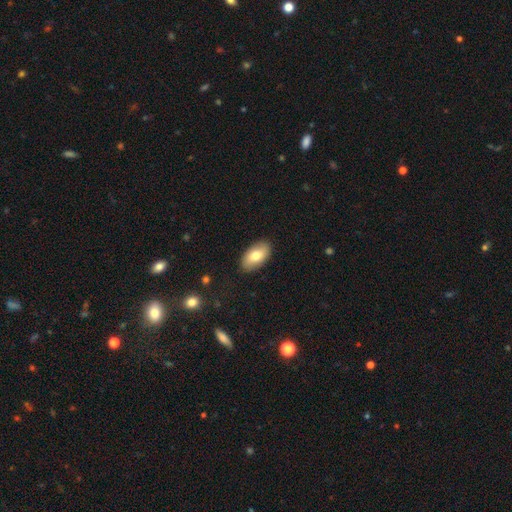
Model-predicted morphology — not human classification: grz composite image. It shows a smooth galaxy with no disk features (75%) that is in between round and cigar-shaped (94%). Merging: none (88%).